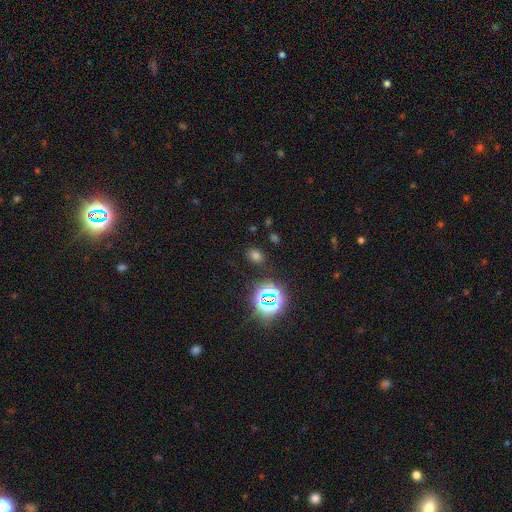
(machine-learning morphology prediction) Smooth or featured: smooth — 63% (star or artifact — 30%)
How rounded: in between — 54% (round — 45%)
Merging: none — 82% (minor disturbance — 11%)